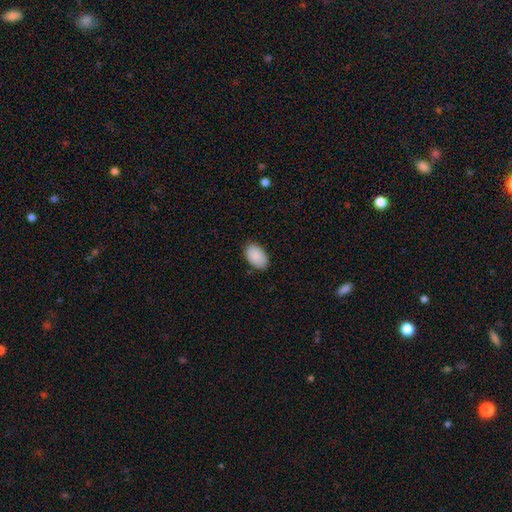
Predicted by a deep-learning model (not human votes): Smooth or featured: smooth — 90% (star or artifact — 6%)
How rounded: in between — 93% (round — 6%)
Merging: none — 85% (minor disturbance — 11%)